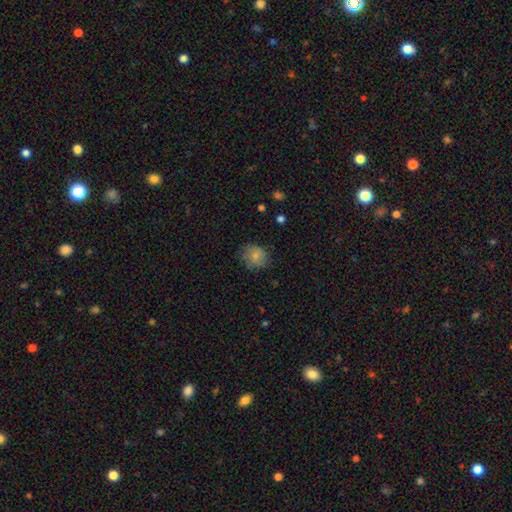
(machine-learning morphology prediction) Smooth or featured?
  - smooth: 81% *
  - featured or disk: 10%
  - star or artifact: 9%
How rounded?
  - round: 75% *
  - in between: 24%
  - cigar-shaped: 1%
Merging?
  - none: 73% *
  - minor disturbance: 21%
  - major disturbance: 6%
  - merger: 1%